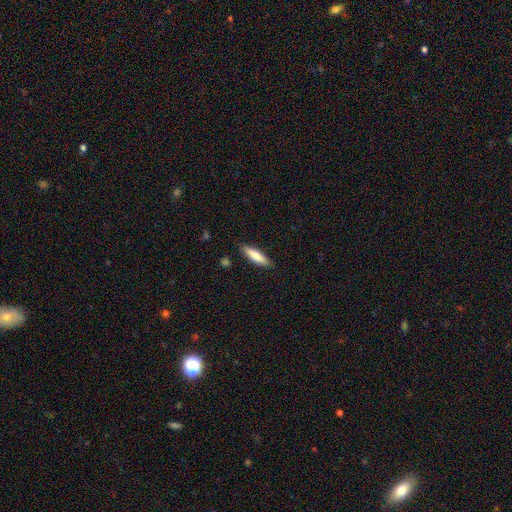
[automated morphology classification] smooth-or-featured: smooth: 78% | featured or disk: 16% | star or artifact: 6%
  how-rounded: cigar-shaped: 72% | in between: 27% | round: 1%
  merging: none: 86% | minor disturbance: 10% | major disturbance: 2% | merger: 1%